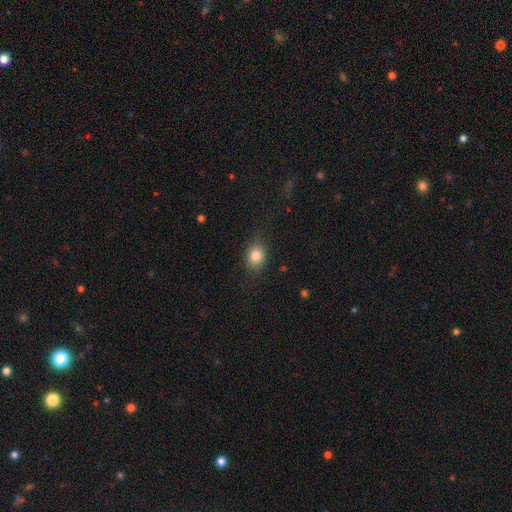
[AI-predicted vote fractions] The model was most divided on "how rounded": in between: 50%, round: 49%, cigar-shaped: 1%. More confident: smooth or featured — smooth (82%); merging — none (80%).